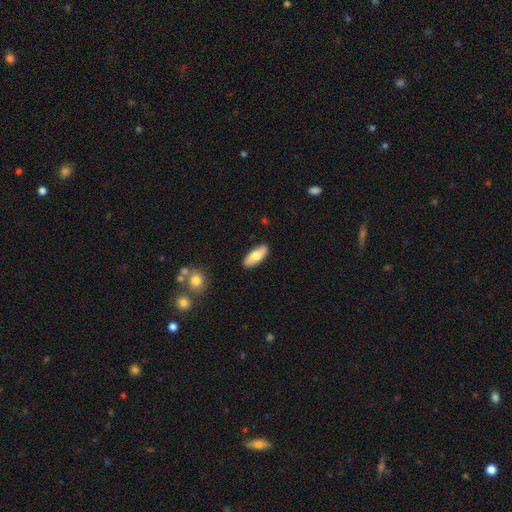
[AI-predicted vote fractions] A smooth galaxy with no disk features (75%) that is in between round and cigar-shaped (79%). Merging: none (87%).